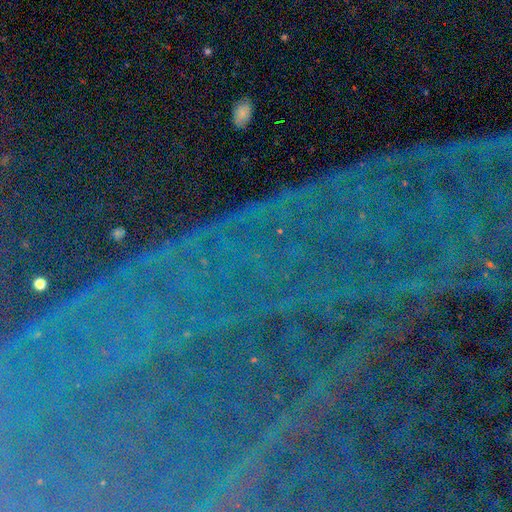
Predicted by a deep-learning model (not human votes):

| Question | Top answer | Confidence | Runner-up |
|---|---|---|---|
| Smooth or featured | star or artifact | 87% | featured or disk (7%) |